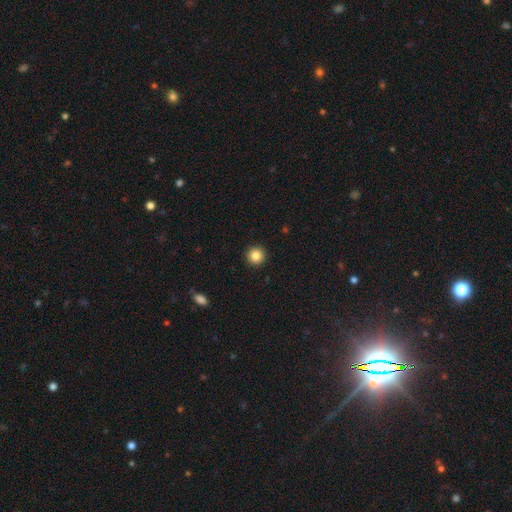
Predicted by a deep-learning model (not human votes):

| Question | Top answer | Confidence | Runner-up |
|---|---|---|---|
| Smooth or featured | smooth | 86% | star or artifact (10%) |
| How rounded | round | 96% | in between (4%) |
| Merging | none | 93% | minor disturbance (4%) |